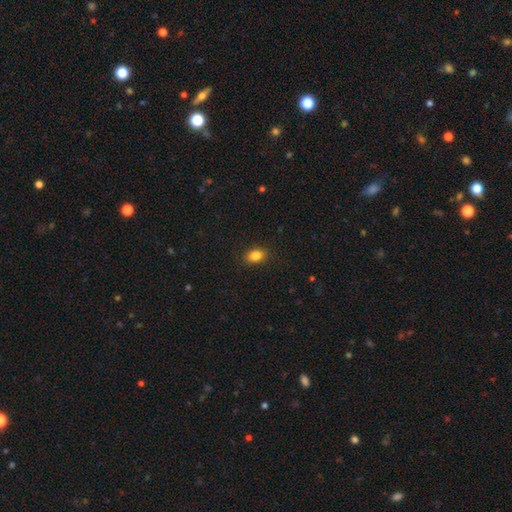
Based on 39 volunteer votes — Smooth or featured: smooth — 90% (star or artifact — 8%)
How rounded: in between — 71% (round — 29%)
Merging: none — 97% (minor disturbance — 3%)